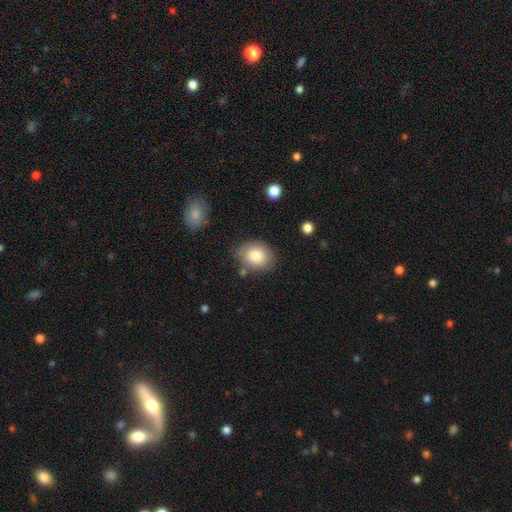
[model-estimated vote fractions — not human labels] Smooth or featured: smooth — 83% (featured or disk — 9%)
How rounded: round — 51% (in between — 48%)
Merging: none — 77% (minor disturbance — 15%)